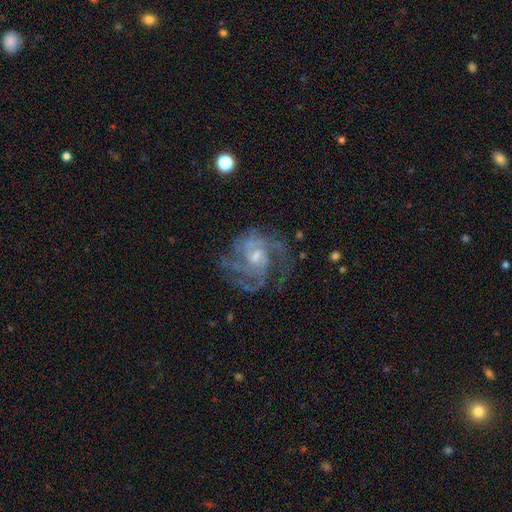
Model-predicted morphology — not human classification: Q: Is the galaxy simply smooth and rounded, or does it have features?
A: featured or disk — 85%.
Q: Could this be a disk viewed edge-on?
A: no — 98%.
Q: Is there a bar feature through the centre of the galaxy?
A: no — 51%.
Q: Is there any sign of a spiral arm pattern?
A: yes — 93%.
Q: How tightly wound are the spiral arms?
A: medium — 47%.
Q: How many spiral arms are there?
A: can't tell — 26%, tied with 3.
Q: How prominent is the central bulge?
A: small — 50%.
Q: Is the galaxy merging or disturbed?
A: none — 62%.